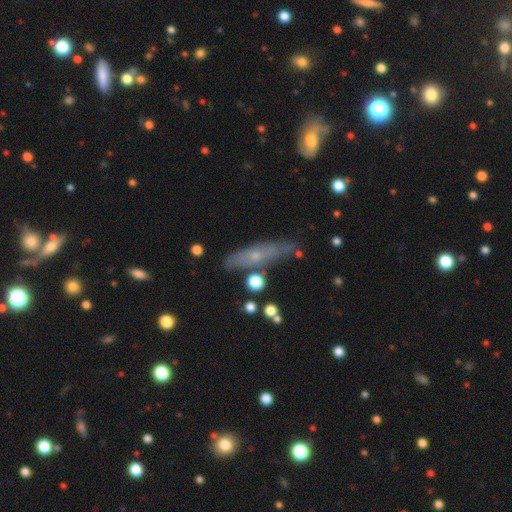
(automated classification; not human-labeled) This appears to be a featured or disk galaxy (50%). Merging: none (70%).